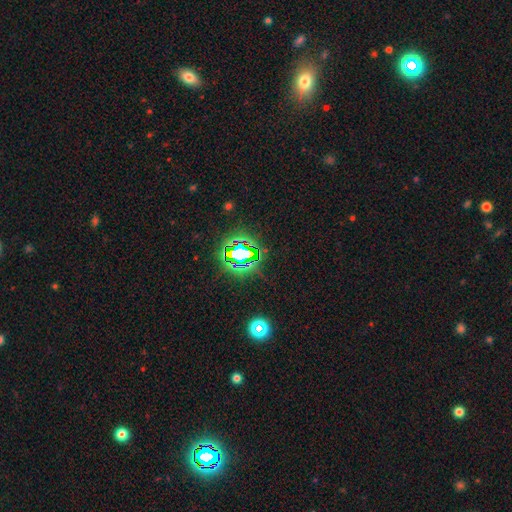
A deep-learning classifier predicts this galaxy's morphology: Smooth or featured? Predicted: star or artifact (p=0.76).